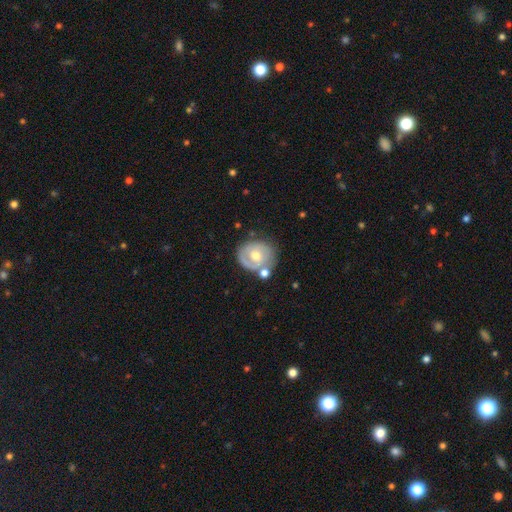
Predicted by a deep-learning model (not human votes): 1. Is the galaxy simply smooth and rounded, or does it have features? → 55% featured or disk, 38% smooth, 7% star or artifact.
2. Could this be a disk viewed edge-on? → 96% no, 4% yes.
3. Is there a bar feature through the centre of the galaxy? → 68% no, 26% weak, 6% strong.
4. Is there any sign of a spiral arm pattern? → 54% yes, 46% no.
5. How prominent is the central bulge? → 70% moderate, 24% small, 4% large, 1% none, 1% dominant.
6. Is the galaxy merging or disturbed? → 61% none, 19% minor disturbance, 13% merger, 7% major disturbance.